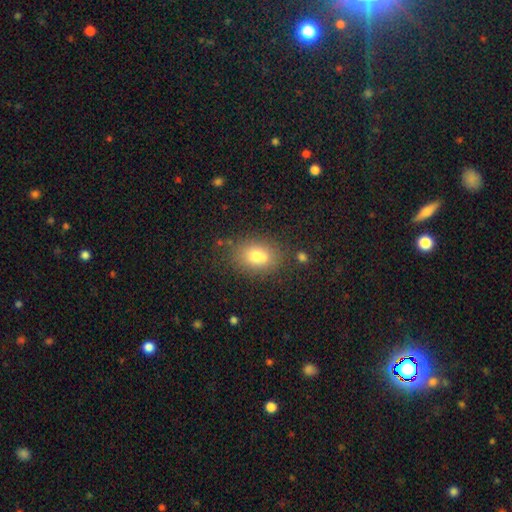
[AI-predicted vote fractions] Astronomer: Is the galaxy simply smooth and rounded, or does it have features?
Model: smooth — 75%.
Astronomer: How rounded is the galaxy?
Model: in between — 72%.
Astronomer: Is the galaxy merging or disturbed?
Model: none — 67%.